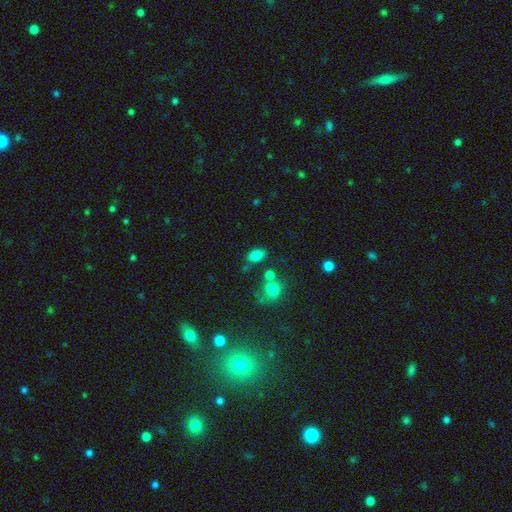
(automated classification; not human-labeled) Smooth or featured? Predicted: smooth (p=0.80). How rounded? Predicted: in between (p=0.82). Merging? Predicted: none (p=0.69).